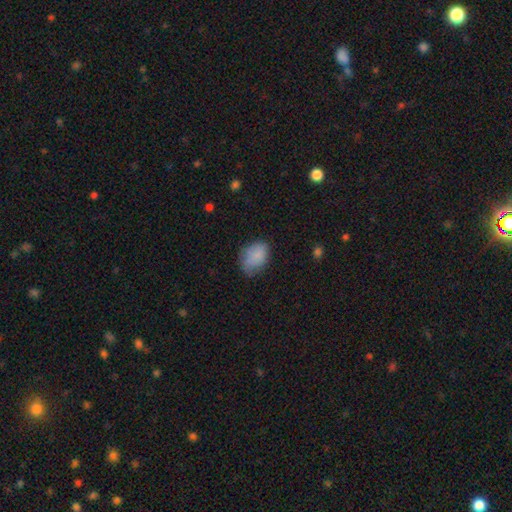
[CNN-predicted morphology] smooth-or-featured: smooth: 84% | featured or disk: 8% | star or artifact: 8%
  how-rounded: in between: 77% | round: 22% | cigar-shaped: 1%
  merging: none: 57% | minor disturbance: 32% | major disturbance: 9% | merger: 2%